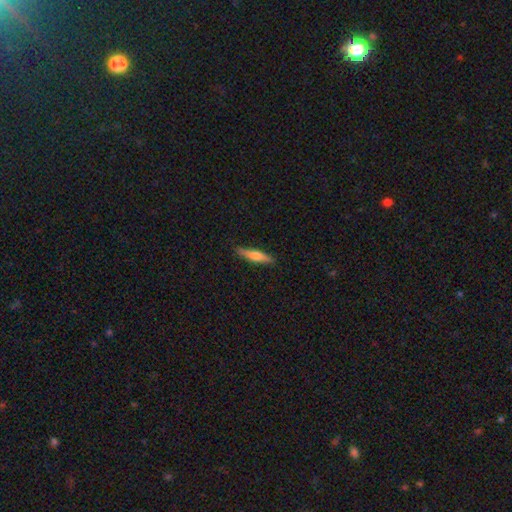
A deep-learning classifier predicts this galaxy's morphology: smooth_or_featured: smooth (p=0.54) [alt: featured or disk p=0.41]
how_rounded: cigar-shaped (p=0.84) [alt: in between p=0.15]
merging: none (p=0.88) [alt: minor disturbance p=0.09]